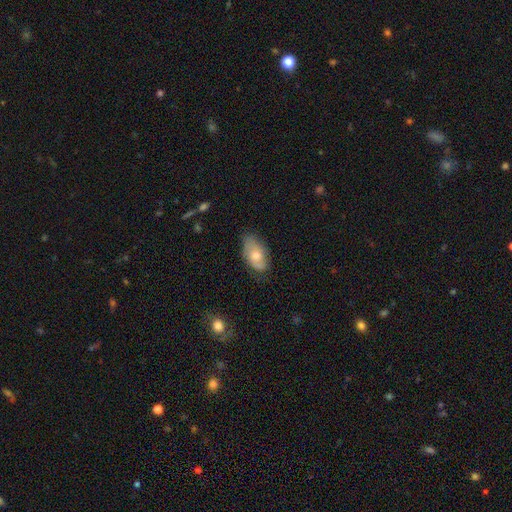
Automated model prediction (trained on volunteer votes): This is possibly a smooth galaxy (57%). How rounded: clearly in between (91%). Merging: likely none (68%).